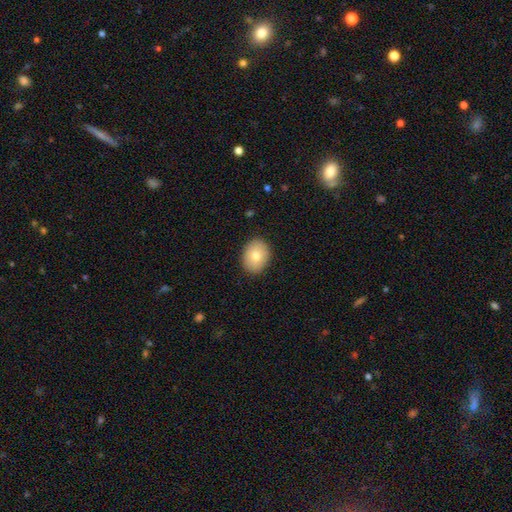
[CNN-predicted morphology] Smooth or featured?
  - smooth: 78% *
  - featured or disk: 14%
  - star or artifact: 8%
How rounded?
  - in between: 54% *
  - round: 45%
  - cigar-shaped: 1%
Merging?
  - none: 89% *
  - minor disturbance: 8%
  - major disturbance: 2%
  - merger: 1%